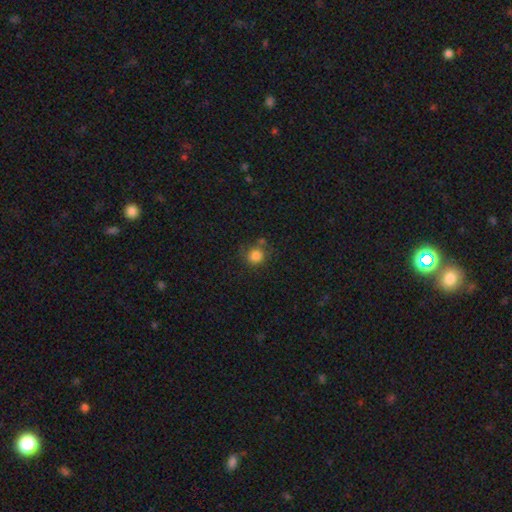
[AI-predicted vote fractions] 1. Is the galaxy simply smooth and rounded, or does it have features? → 82% smooth, 12% star or artifact, 6% featured or disk.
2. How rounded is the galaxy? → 87% round, 12% in between, 1% cigar-shaped.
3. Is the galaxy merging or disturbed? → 67% none, 16% minor disturbance, 11% merger, 6% major disturbance.